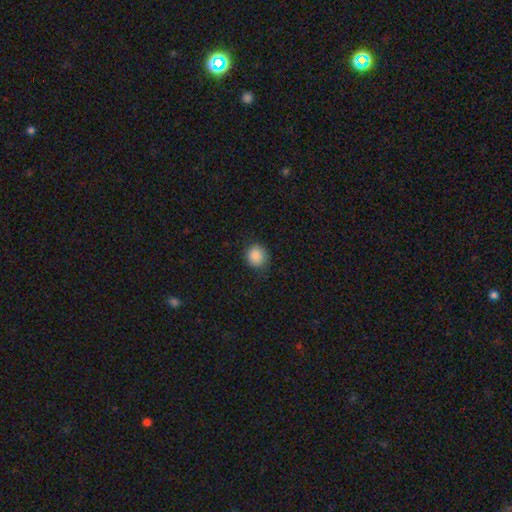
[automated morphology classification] The model was most divided on "merging": none: 82%, minor disturbance: 13%, major disturbance: 4%, merger: 1%. More confident: smooth or featured — smooth (88%); how rounded — round (87%).